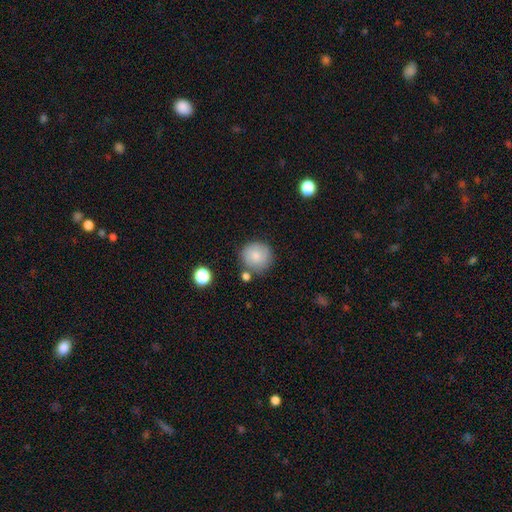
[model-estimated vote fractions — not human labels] This appears to be a smooth galaxy with no disk features (77%) that is round (93%). Merging: none (76%).